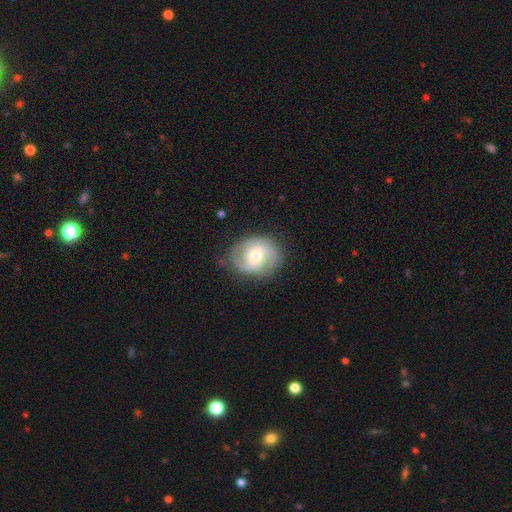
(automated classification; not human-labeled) Q: Smooth or featured?
A: featured or disk (72%); runner-up: smooth (22%)
Q: Edge-on disk?
A: no (97%); runner-up: yes (3%)
Q: Bar?
A: no (54%); runner-up: weak (36%)
Q: Spiral arms?
A: yes (88%); runner-up: no (12%)
Q: Spiral winding?
A: tight (47%); runner-up: medium (40%)
Q: Spiral arm count?
A: 2 (70%); runner-up: can't tell (15%)
Q: Bulge size?
A: moderate (65%); runner-up: small (27%)
Q: Merging?
A: none (74%); runner-up: minor disturbance (18%)